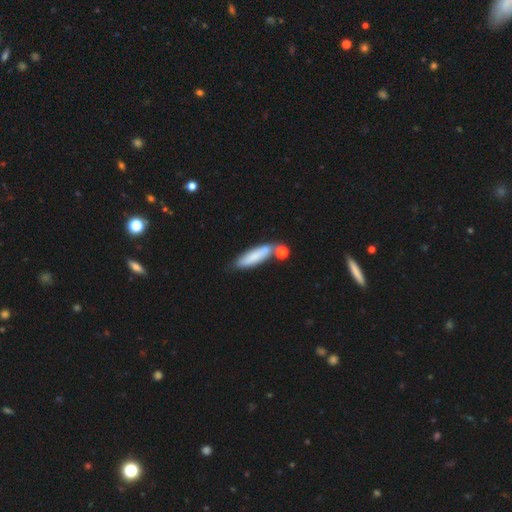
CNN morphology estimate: Overall: smooth (74%). How rounded: cigar-shaped (69%). Merging: none (59%).